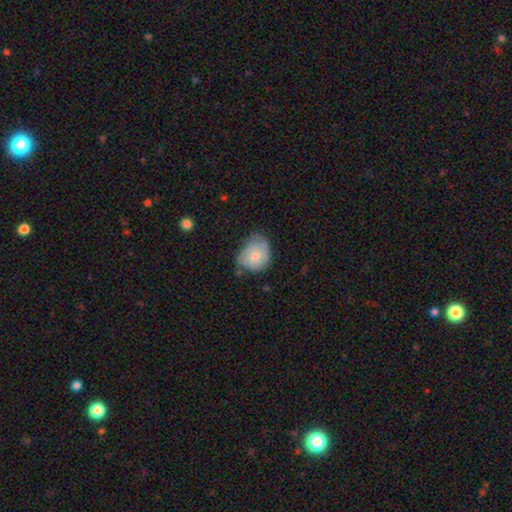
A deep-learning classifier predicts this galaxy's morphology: This appears to be a smooth galaxy with no disk features (61%) that is round (58%). Merging: none (44%).